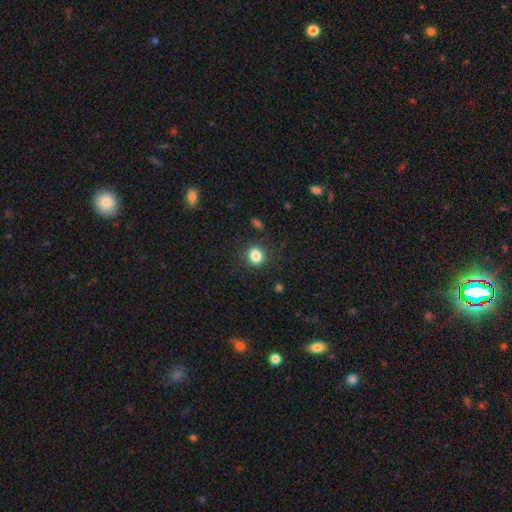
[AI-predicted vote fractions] smooth-or-featured: smooth: 84% | star or artifact: 11% | featured or disk: 5%
  how-rounded: round: 76% | in between: 23% | cigar-shaped: 1%
  merging: none: 88% | minor disturbance: 8% | major disturbance: 3% | merger: 1%